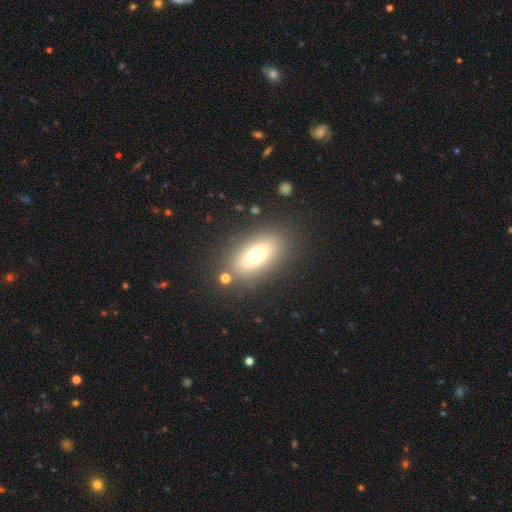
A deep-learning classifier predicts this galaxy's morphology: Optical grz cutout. It shows a smooth galaxy with no disk features (69%) that is in between round and cigar-shaped (84%). Merging: none (82%).